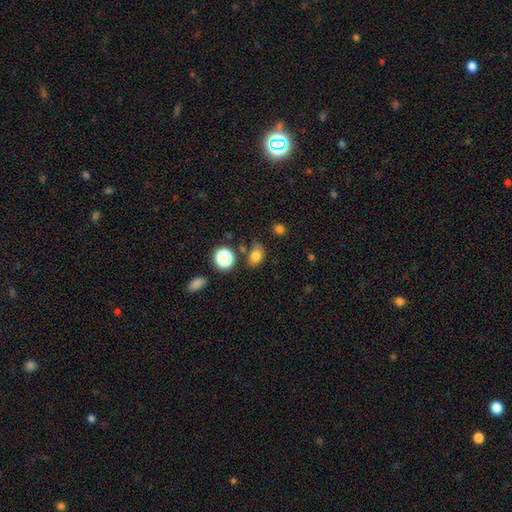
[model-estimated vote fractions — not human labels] Overall: smooth (78%). How rounded: in between (71%). Merging: none (68%).